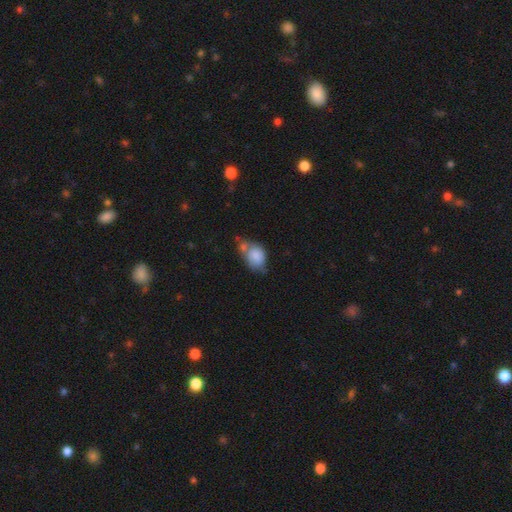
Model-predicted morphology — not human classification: Smooth or featured? Predicted: smooth (p=0.79). How rounded? Predicted: in between (p=0.67). Merging? Predicted: merger (p=0.34).